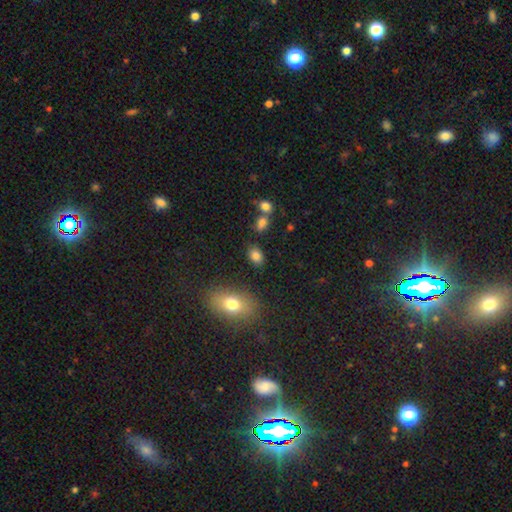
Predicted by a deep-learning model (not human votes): This appears to be a smooth galaxy with no disk features (83%) that is in between round and cigar-shaped (83%). Merging: none (80%).